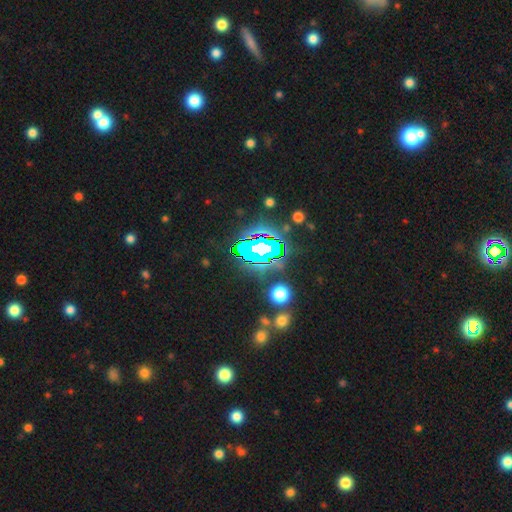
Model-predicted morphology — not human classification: smooth_or_featured: star or artifact (p=0.71) [alt: smooth p=0.14]